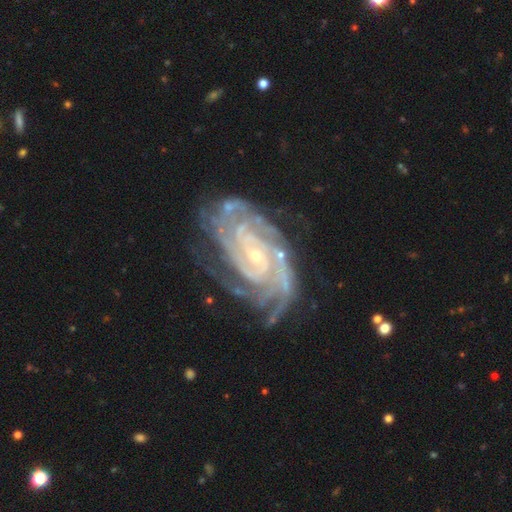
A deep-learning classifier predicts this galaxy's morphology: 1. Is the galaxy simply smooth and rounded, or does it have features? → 92% featured or disk, 5% star or artifact, 3% smooth.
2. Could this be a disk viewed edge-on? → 97% no, 3% yes.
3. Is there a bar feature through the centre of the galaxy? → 53% no, 31% weak, 16% strong.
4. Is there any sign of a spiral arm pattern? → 99% yes, 1% no.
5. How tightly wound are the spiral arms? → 77% tight, 20% medium, 3% loose.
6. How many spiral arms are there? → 25% 4, 23% 3, 18% 2, 16% can't tell, 12% more than 4, 7% 1.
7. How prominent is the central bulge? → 78% small, 18% moderate, 2% none, 1% large, 1% dominant.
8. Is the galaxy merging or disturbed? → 72% none, 19% minor disturbance, 7% major disturbance, 2% merger.